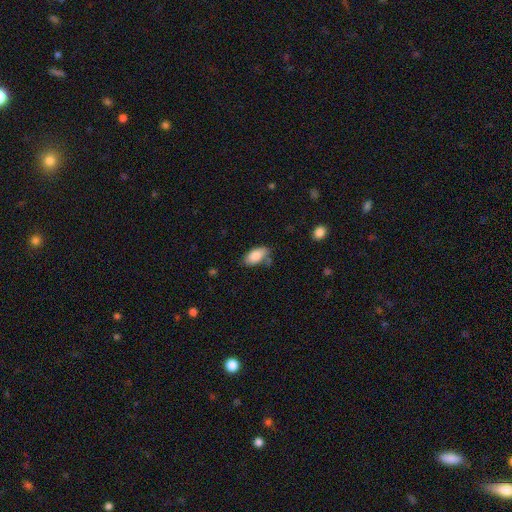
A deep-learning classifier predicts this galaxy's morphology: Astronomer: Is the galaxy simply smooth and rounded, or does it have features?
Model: smooth — 85%.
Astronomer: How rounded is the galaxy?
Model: in between — 93%.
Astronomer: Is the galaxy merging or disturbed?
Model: none — 67%.